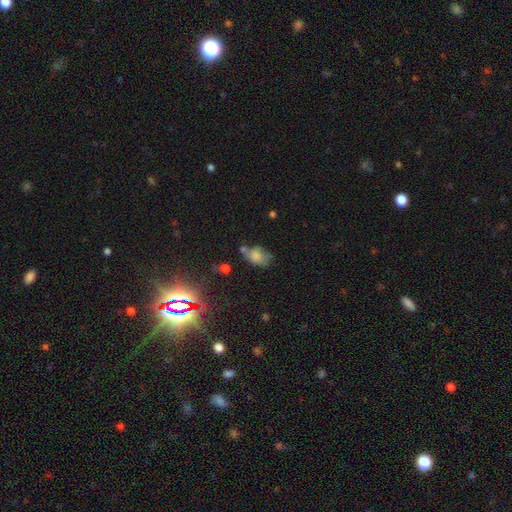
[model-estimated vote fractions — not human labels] Morphology: type=smooth (70%); roundness=in between (77%); merging=none (42%).